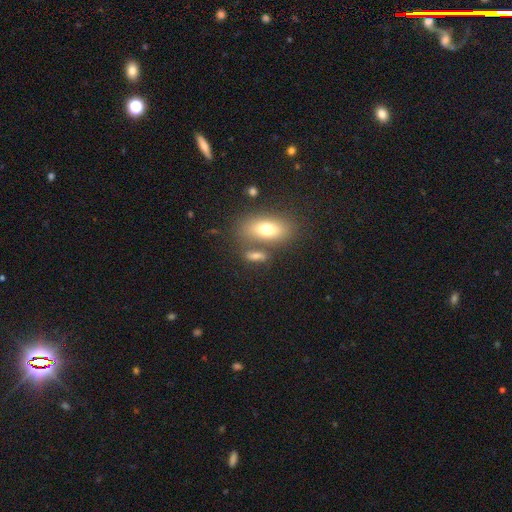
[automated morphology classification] A smooth galaxy with no disk features (68%) that is in between round and cigar-shaped (68%). Merging: none (61%).